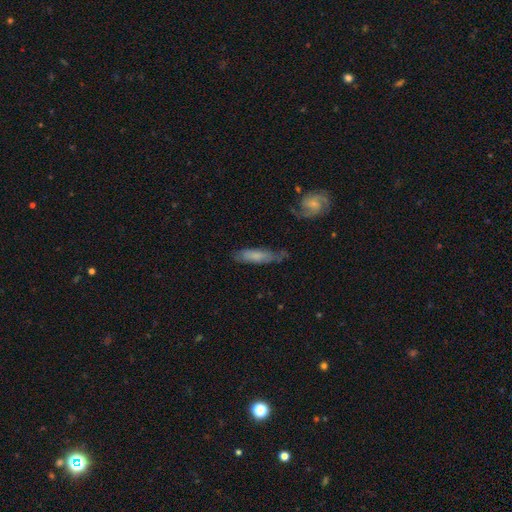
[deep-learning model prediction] Smooth or featured? Predicted: smooth (p=0.59). How rounded? Predicted: cigar-shaped (p=0.66). Merging? Predicted: none (p=0.58).